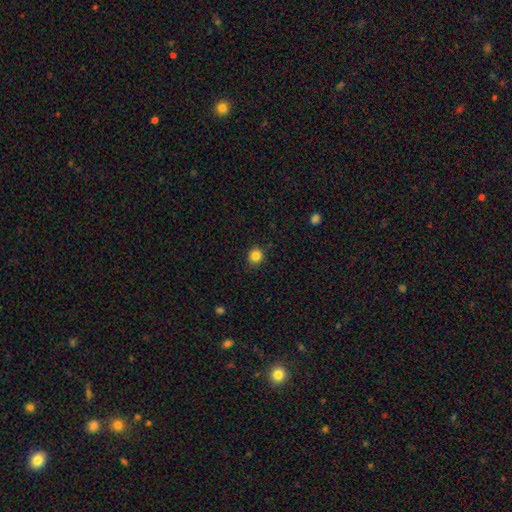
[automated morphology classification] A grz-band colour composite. It shows a smooth galaxy with no disk features (84%) that is round (85%). Merging: none (86%).